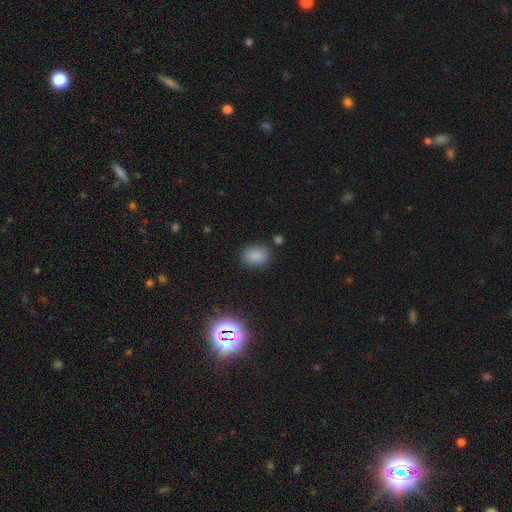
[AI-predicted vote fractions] smooth-or-featured: smooth: 83% | star or artifact: 12% | featured or disk: 5%
  how-rounded: in between: 65% | round: 34% | cigar-shaped: 1%
  merging: none: 81% | minor disturbance: 12% | major disturbance: 4% | merger: 3%